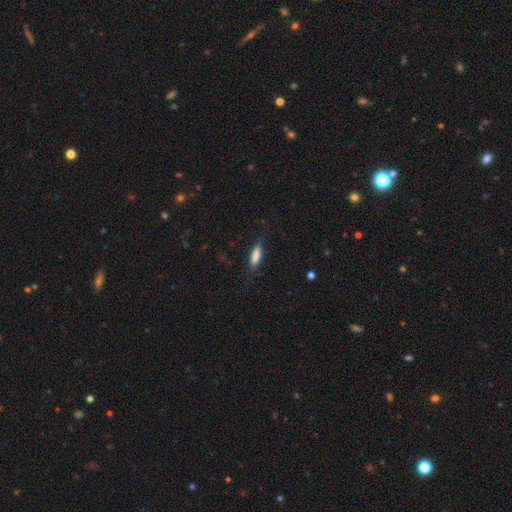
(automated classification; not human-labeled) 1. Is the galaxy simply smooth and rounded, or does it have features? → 83% smooth, 10% featured or disk, 7% star or artifact.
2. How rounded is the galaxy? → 54% cigar-shaped, 44% in between, 2% round.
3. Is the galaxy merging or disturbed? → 79% none, 15% minor disturbance, 5% major disturbance, 1% merger.